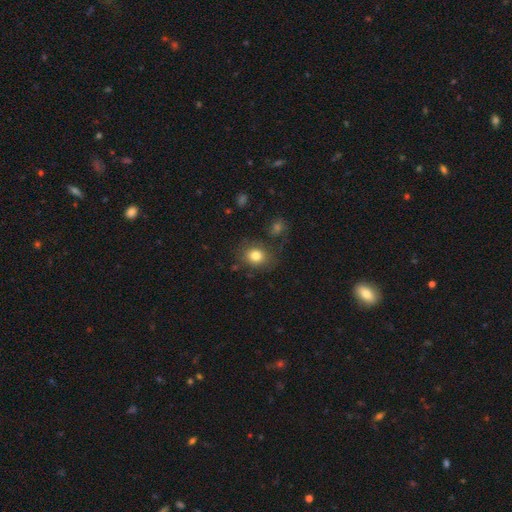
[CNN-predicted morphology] smooth-or-featured: smooth: 80% | star or artifact: 11% | featured or disk: 9%
  how-rounded: round: 59% | in between: 40% | cigar-shaped: 1%
  merging: none: 76% | minor disturbance: 14% | major disturbance: 5% | merger: 4%